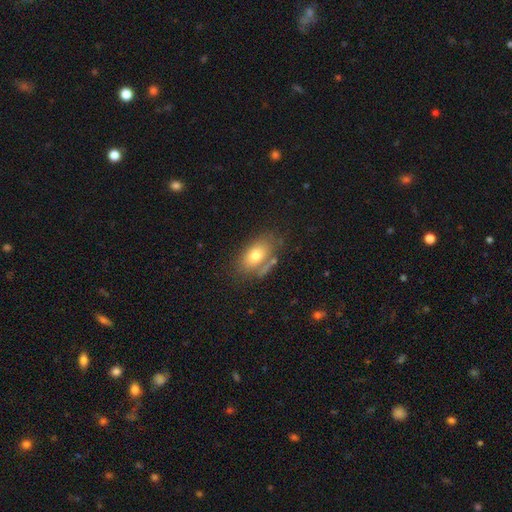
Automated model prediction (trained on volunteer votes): Smooth or featured? smooth (70%)
How rounded? in between (86%)
Merging? none (61%)